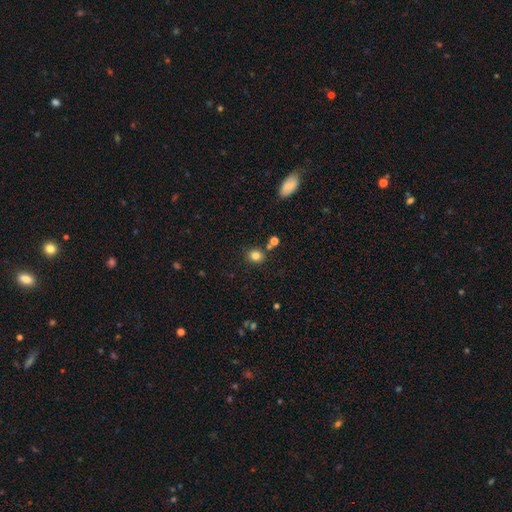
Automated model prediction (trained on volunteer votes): Smooth or featured: smooth — 81% (star or artifact — 13%)
How rounded: round — 72% (in between — 27%)
Merging: none — 77% (minor disturbance — 10%)